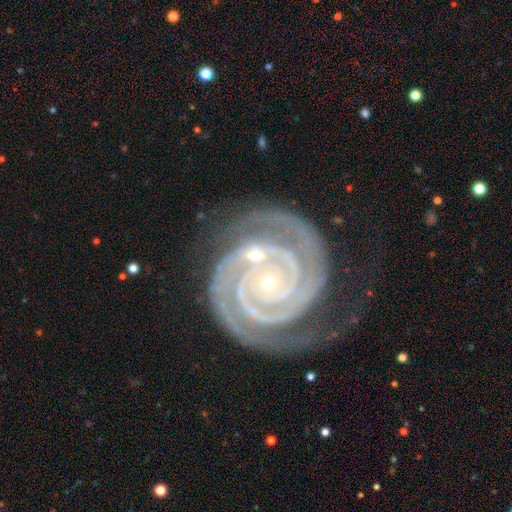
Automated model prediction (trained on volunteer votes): Smooth or featured? Predicted: featured or disk (p=0.93). Edge-on disk? Predicted: no (p=0.98). Bar? Predicted: no (p=0.76). Spiral arms? Predicted: yes (p=0.99). Spiral winding? Predicted: tight (p=0.87). Spiral arm count? Predicted: 2 (p=0.73). Bulge size? Predicted: small (p=0.87). Merging? Predicted: none (p=0.61).